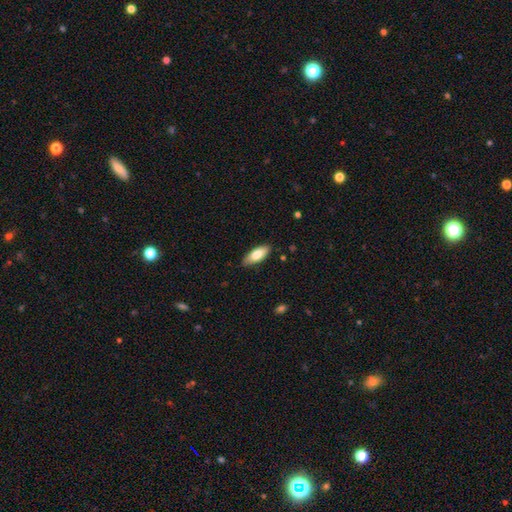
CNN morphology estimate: smooth_or_featured: smooth (p=0.80) [alt: featured or disk p=0.14]
how_rounded: in between (p=0.75) [alt: cigar-shaped p=0.23]
merging: none (p=0.85) [alt: minor disturbance p=0.12]